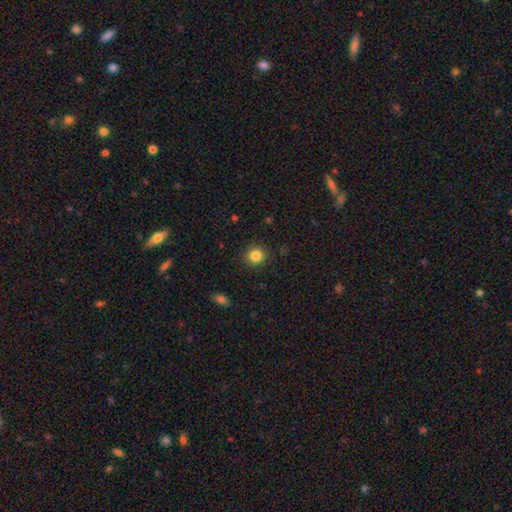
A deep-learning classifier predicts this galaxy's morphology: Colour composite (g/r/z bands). It shows a smooth galaxy with no disk features (84%) that is round (89%). Merging: none (90%).